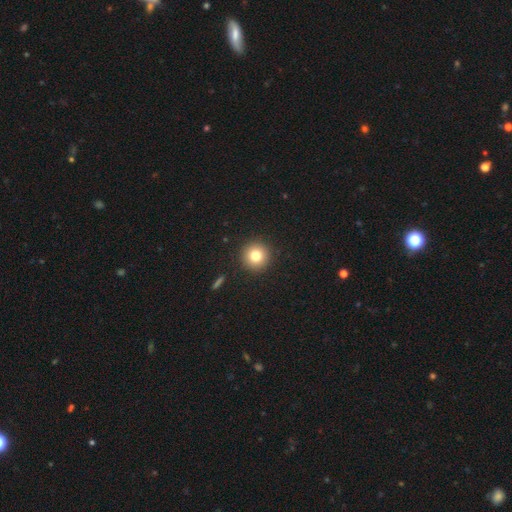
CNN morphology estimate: Overall: smooth (79%). How rounded: round (95%). Merging: none (92%).